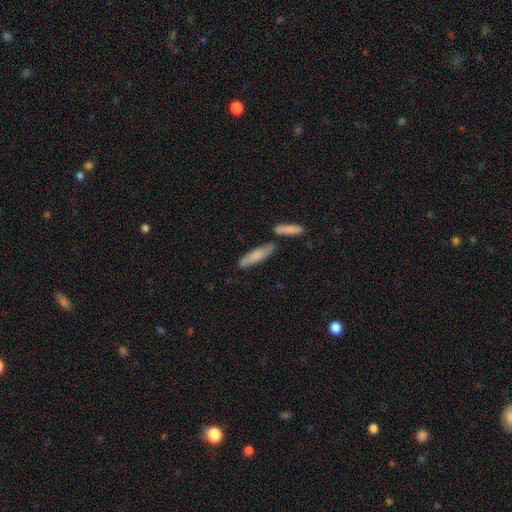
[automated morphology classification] This is likely a smooth galaxy (75%). How rounded: likely cigar-shaped (71%). Merging: likely none (60%).